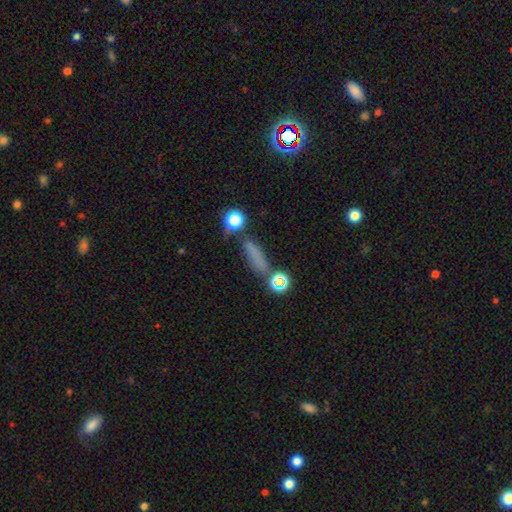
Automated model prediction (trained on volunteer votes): smooth-or-featured: smooth: 67% | star or artifact: 17% | featured or disk: 15%
  how-rounded: cigar-shaped: 68% | in between: 24% | round: 8%
  merging: none: 65% | minor disturbance: 17% | merger: 9% | major disturbance: 8%